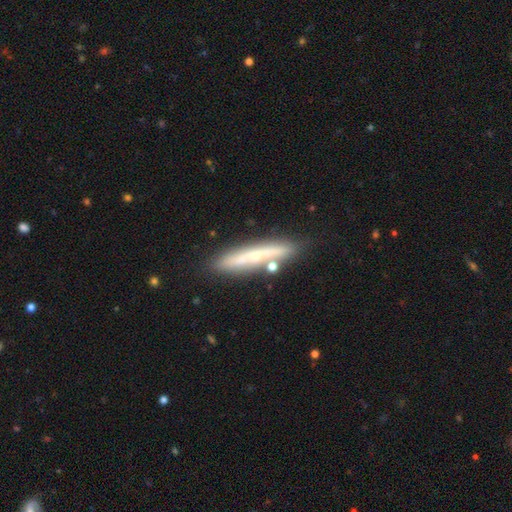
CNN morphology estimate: Smooth or featured: featured or disk — 52% (smooth — 41%)
Edge-on disk: yes — 88% (no — 12%)
Merging: none — 78% (minor disturbance — 12%)